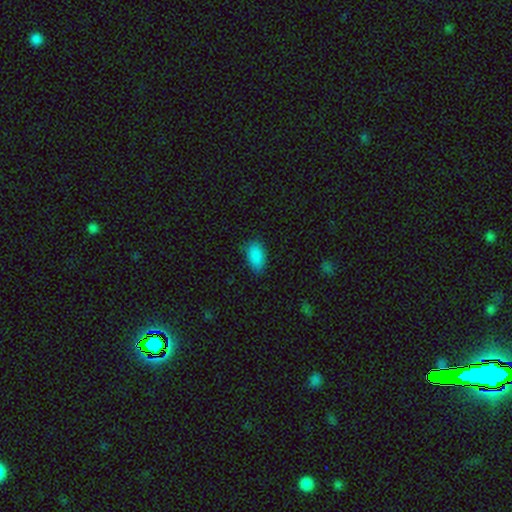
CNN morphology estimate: type=smooth (88%); roundness=in between (92%); merging=none (79%).